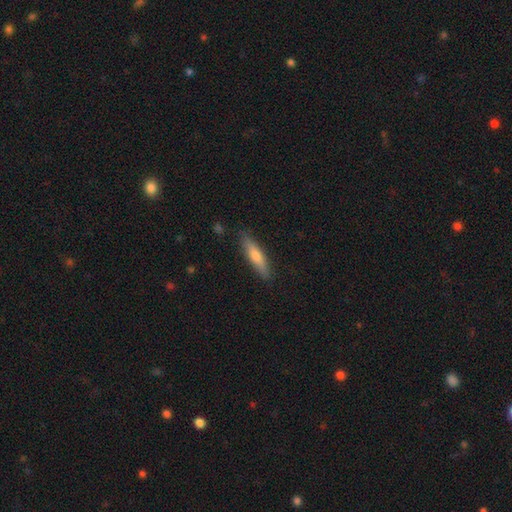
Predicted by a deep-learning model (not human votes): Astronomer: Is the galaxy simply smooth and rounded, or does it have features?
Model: smooth — 59% (runner-up: featured or disk, 35%).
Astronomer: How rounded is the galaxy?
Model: cigar-shaped — 83%.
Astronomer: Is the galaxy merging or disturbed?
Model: none — 88%.